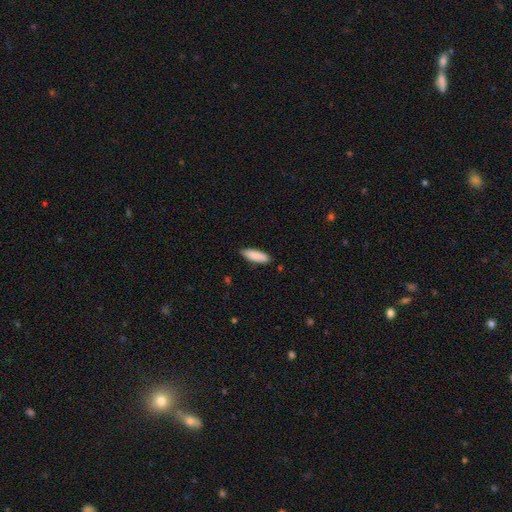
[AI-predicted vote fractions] Smooth or featured? Predicted: smooth (p=0.88). How rounded? Predicted: in between (p=0.51). Merging? Predicted: none (p=0.84).